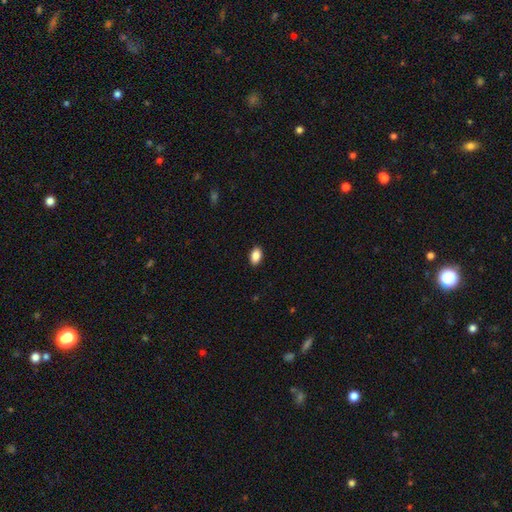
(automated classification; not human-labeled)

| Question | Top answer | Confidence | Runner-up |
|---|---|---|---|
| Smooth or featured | smooth | 88% | star or artifact (7%) |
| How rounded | in between | 91% | round (7%) |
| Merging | none | 90% | minor disturbance (7%) |